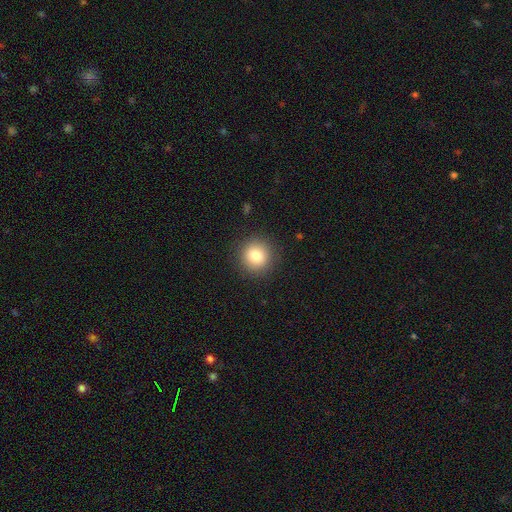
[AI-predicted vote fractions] Morphology: type=smooth (82%); roundness=round (92%); merging=none (90%).